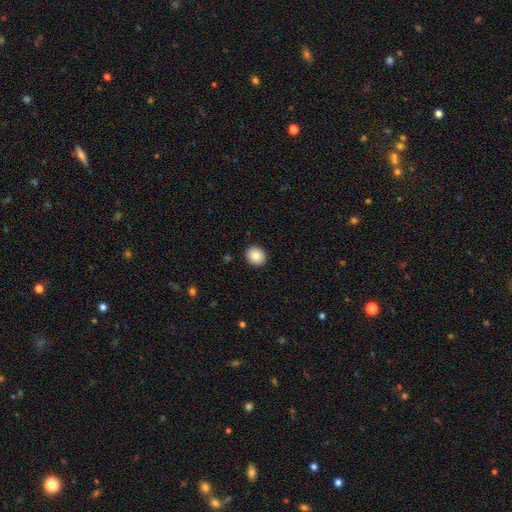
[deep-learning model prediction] The model was most divided on "how rounded": round: 70%, in between: 29%, cigar-shaped: 1%. More confident: merging — none (91%); smooth or featured — smooth (85%).